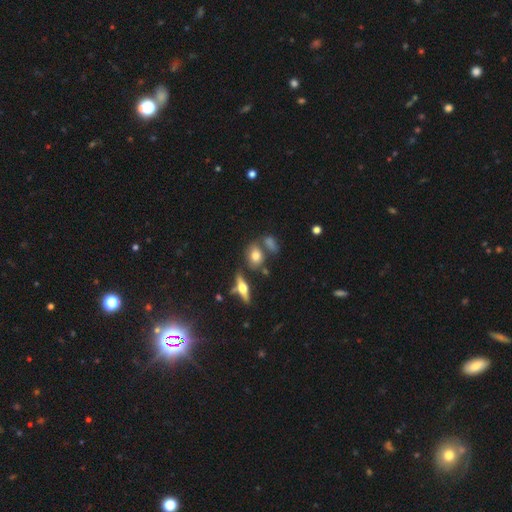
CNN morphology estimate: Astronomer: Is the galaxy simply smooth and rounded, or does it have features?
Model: smooth — 70%.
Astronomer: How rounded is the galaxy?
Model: in between — 65%.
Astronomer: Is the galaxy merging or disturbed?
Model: none — 63%.